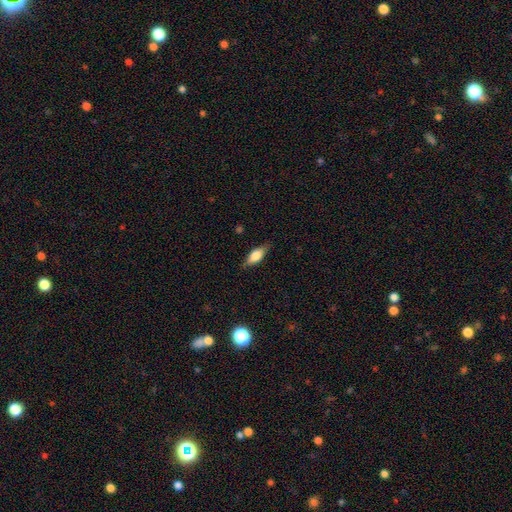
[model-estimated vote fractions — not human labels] Smooth or featured? Predicted: smooth (p=0.65). How rounded? Predicted: in between (p=0.73). Merging? Predicted: none (p=0.81).